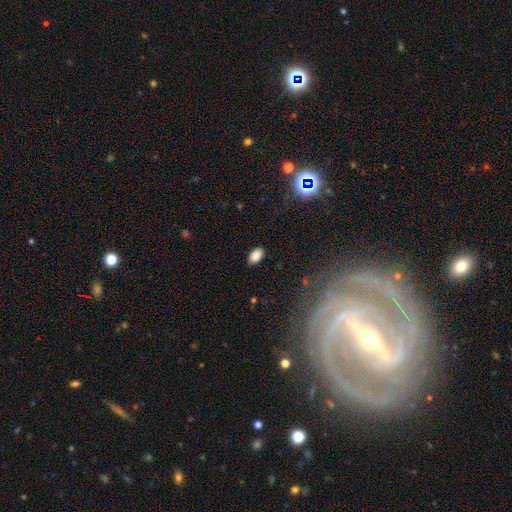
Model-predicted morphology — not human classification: type=smooth (86%); roundness=in between (93%); merging=none (86%).